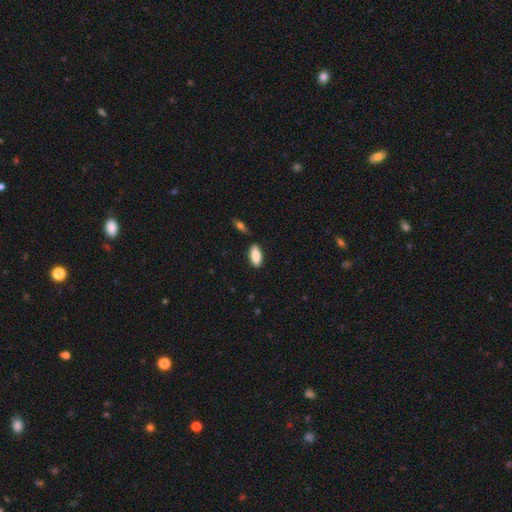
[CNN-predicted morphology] Smooth or featured? Predicted: smooth (p=0.82). How rounded? Predicted: in between (p=0.88). Merging? Predicted: none (p=0.84).